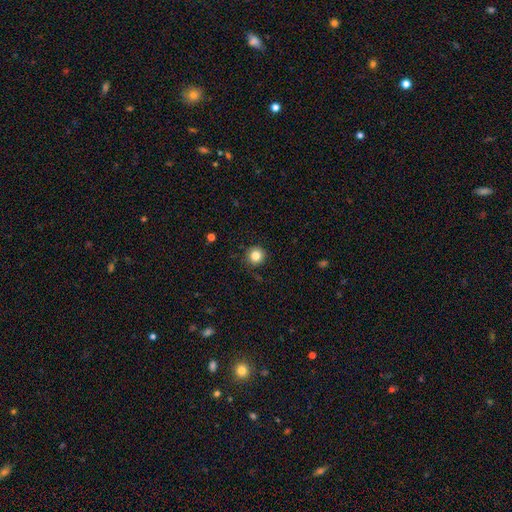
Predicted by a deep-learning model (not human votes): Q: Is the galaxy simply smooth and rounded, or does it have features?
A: smooth — 83%.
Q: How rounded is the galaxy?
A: round — 95%.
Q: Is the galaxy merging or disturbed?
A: none — 89%.